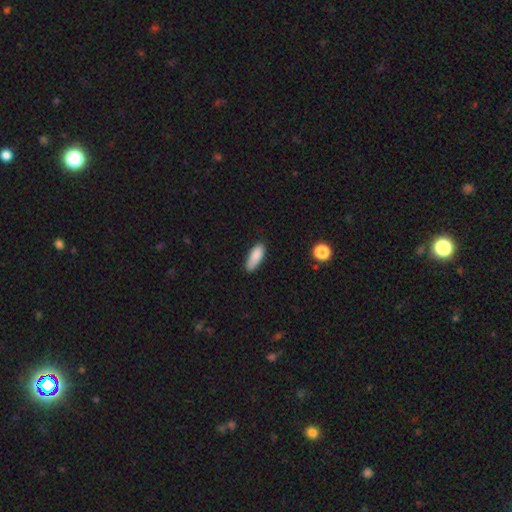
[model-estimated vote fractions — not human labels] smooth-or-featured: smooth: 86% | star or artifact: 7% | featured or disk: 7%
  how-rounded: in between: 66% | cigar-shaped: 32% | round: 2%
  merging: none: 71% | minor disturbance: 23% | major disturbance: 3% | merger: 2%